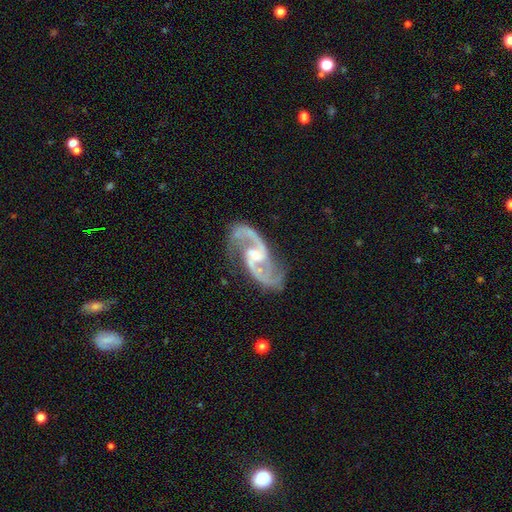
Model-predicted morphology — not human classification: Smooth or featured: featured or disk — 93% (star or artifact — 4%)
Edge-on disk: no — 98% (yes — 2%)
Bar: weak — 48% (no — 34%)
Spiral arms: yes — 98% (no — 2%)
Spiral winding: medium — 53% (loose — 36%)
Spiral arm count: 2 — 94% (can't tell — 1%)
Bulge size: moderate — 47% (small — 43%)
Merging: none — 79% (minor disturbance — 14%)